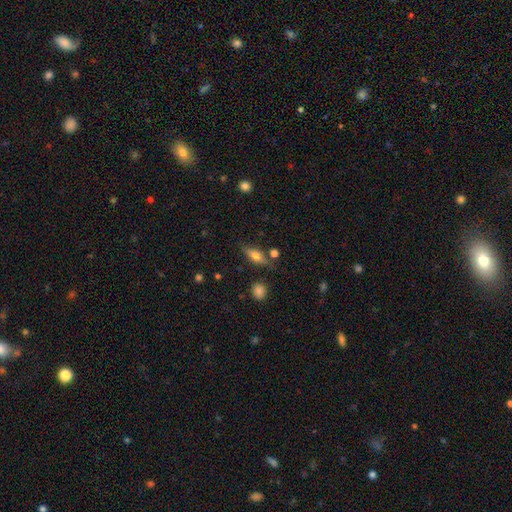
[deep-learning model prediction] Morphology: type=smooth (61%); roundness=in between (62%); merging=none (73%).